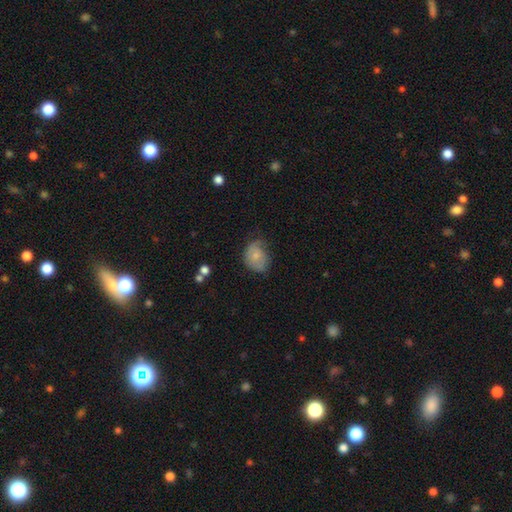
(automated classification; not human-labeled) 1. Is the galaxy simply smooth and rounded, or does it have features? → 68% smooth, 25% featured or disk, 8% star or artifact.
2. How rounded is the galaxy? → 55% in between, 44% round, 1% cigar-shaped.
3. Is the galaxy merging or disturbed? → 42% none, 39% minor disturbance, 17% major disturbance, 2% merger.